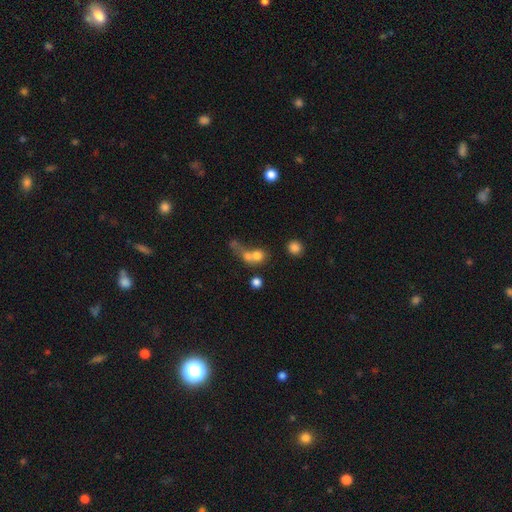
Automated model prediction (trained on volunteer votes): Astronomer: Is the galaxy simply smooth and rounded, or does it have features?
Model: smooth — 66%.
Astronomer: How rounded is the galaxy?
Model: round — 75%.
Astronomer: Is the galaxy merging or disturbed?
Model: merger — 58%.